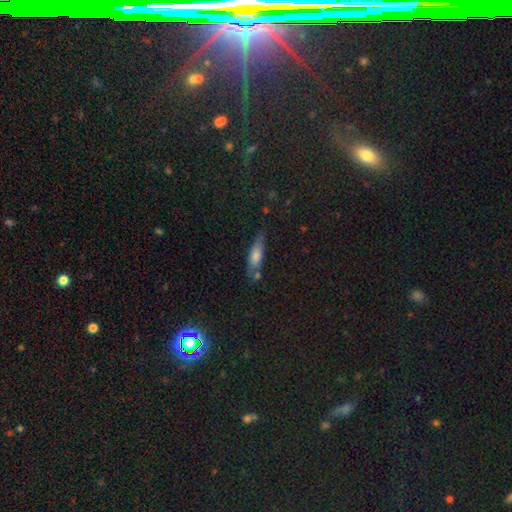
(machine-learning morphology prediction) Smooth or featured? smooth (67%)
How rounded? cigar-shaped (51%)
Merging? none (65%)